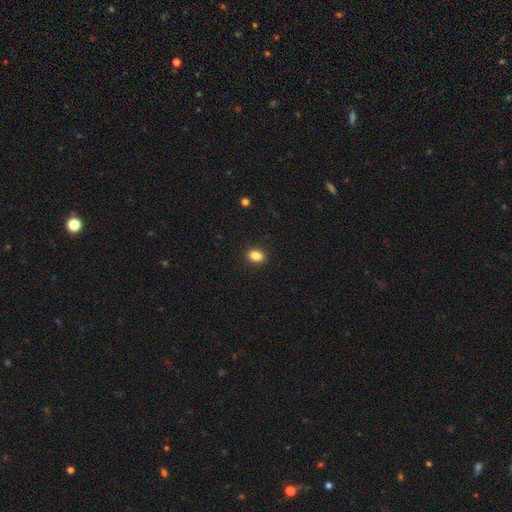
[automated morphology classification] The model was most divided on "how rounded": in between: 78%, round: 20%, cigar-shaped: 2%. More confident: merging — none (90%); smooth or featured — smooth (86%).